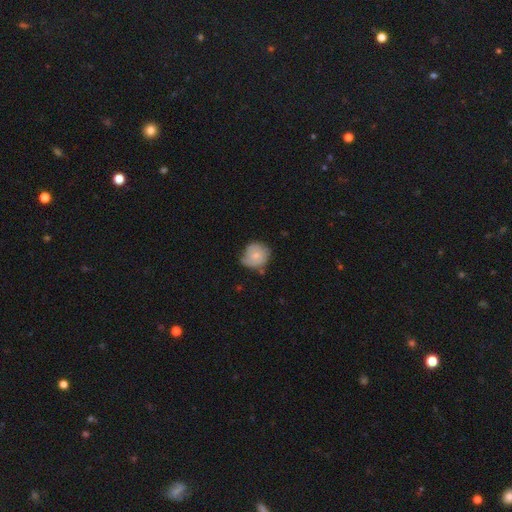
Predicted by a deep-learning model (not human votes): A smooth galaxy with no disk features (65%) that is round (84%).

Vote fractions:
- Smooth or featured? smooth: 65% / featured or disk: 29% / star or artifact: 7%
- How rounded? round: 84% / in between: 15% / cigar-shaped: 1%
- Merging? none: 54% / minor disturbance: 35% / major disturbance: 7% / merger: 4%